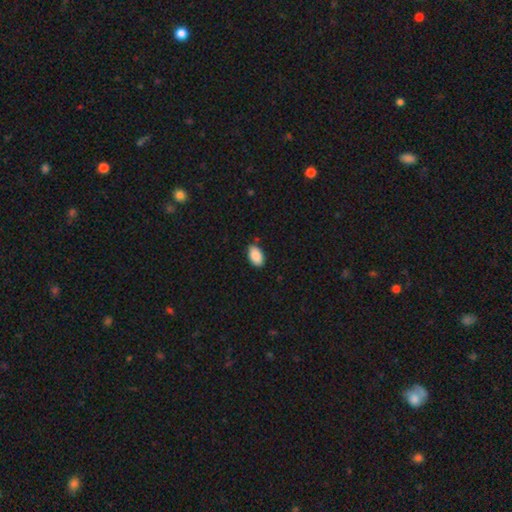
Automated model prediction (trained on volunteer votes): Smooth or featured?
  - smooth: 90% *
  - star or artifact: 7%
  - featured or disk: 3%
How rounded?
  - in between: 94% *
  - round: 4%
  - cigar-shaped: 1%
Merging?
  - none: 84% *
  - minor disturbance: 12%
  - major disturbance: 2%
  - merger: 1%